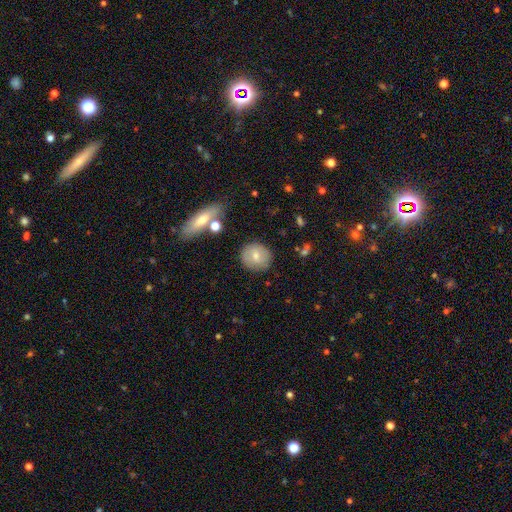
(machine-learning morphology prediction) Smooth or featured? smooth (69%)
How rounded? round (82%)
Merging? none (82%)